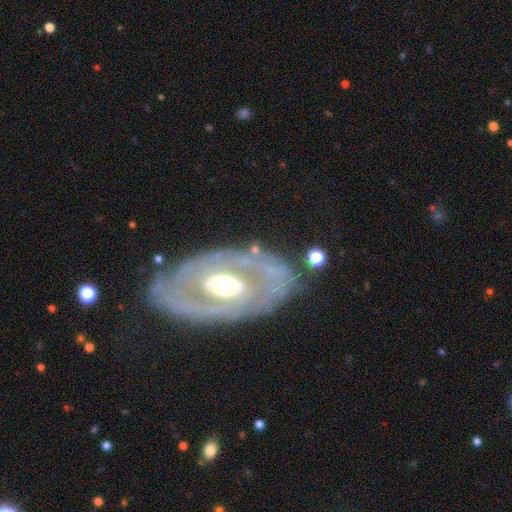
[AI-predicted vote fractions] Overall: featured or disk (72%). Edge-on disk: no (93%). Bar: no (65%). Spiral arms: no (59%; yes 41%). Bulge size: moderate (66%). Merging: none (71%).